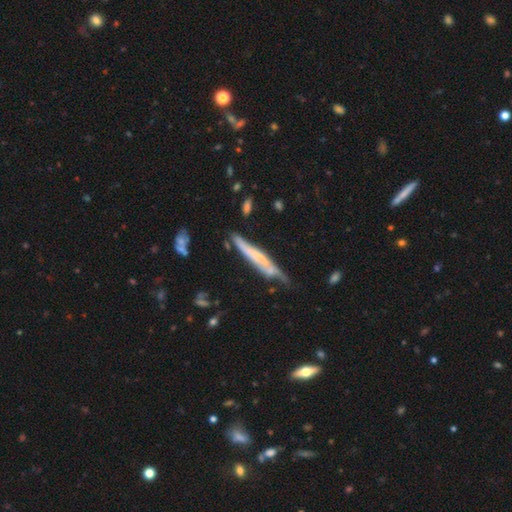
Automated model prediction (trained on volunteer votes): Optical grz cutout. It shows a featured or disk galaxy (53%) viewed edge-on (75%). Merging: none (48%).